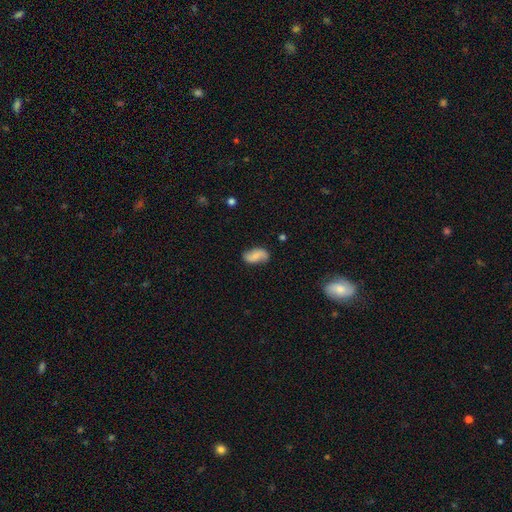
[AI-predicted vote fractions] Overall: smooth (52%; featured or disk 39%). How rounded: in between (91%). Merging: none (72%).